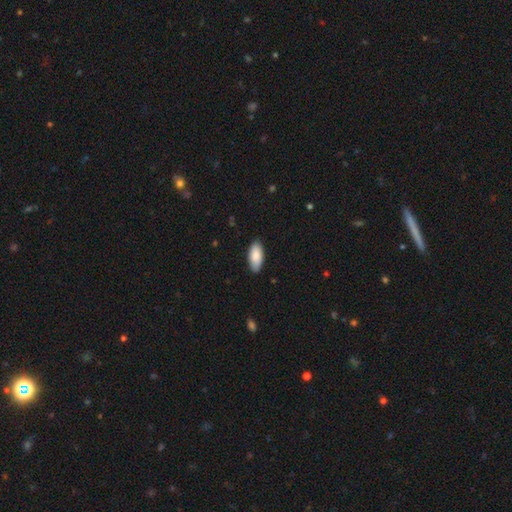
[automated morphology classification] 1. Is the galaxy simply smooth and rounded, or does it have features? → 87% smooth, 7% featured or disk, 5% star or artifact.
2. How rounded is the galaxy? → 90% in between, 9% cigar-shaped, 2% round.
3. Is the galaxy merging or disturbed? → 87% none, 10% minor disturbance, 2% major disturbance, 1% merger.